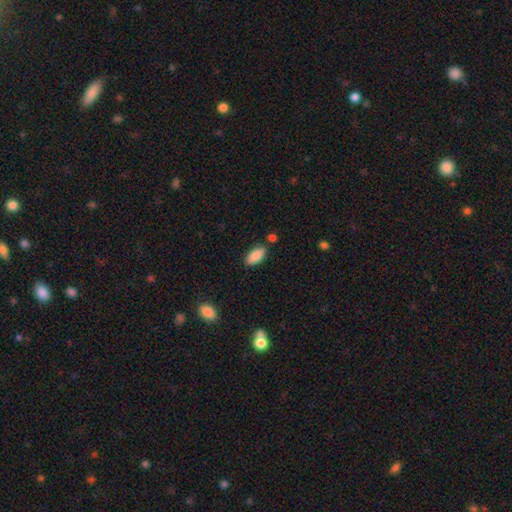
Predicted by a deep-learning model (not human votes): Smooth or featured? Predicted: smooth (p=0.86). How rounded? Predicted: in between (p=0.90). Merging? Predicted: none (p=0.80).